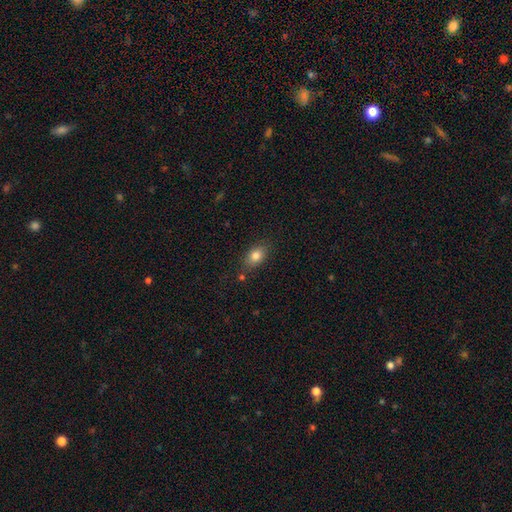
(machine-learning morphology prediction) Q: Smooth or featured?
A: smooth (82%); runner-up: star or artifact (9%)
Q: How rounded?
A: in between (78%); runner-up: round (20%)
Q: Merging?
A: none (79%); runner-up: minor disturbance (14%)